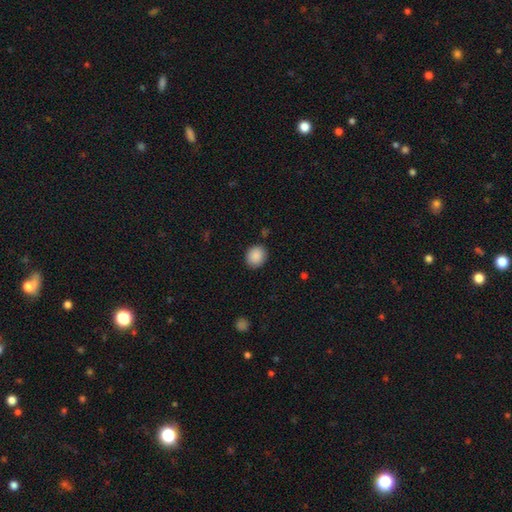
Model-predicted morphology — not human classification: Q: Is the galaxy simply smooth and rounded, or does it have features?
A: smooth — 89%.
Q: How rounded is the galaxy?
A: round — 71%.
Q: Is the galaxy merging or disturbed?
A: none — 87%.